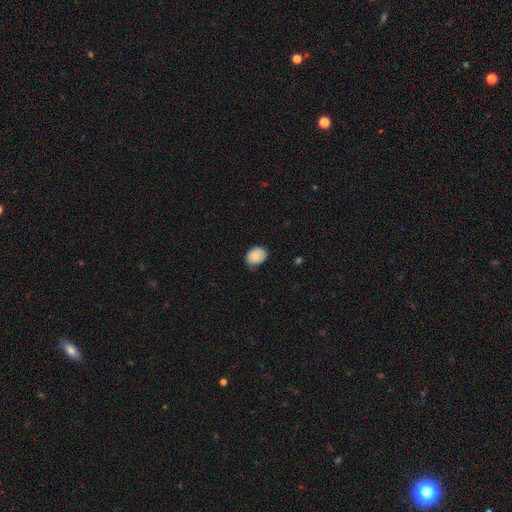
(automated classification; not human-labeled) Q: Smooth or featured?
A: smooth (81%); runner-up: featured or disk (11%)
Q: How rounded?
A: in between (63%); runner-up: round (36%)
Q: Merging?
A: none (64%); runner-up: minor disturbance (30%)